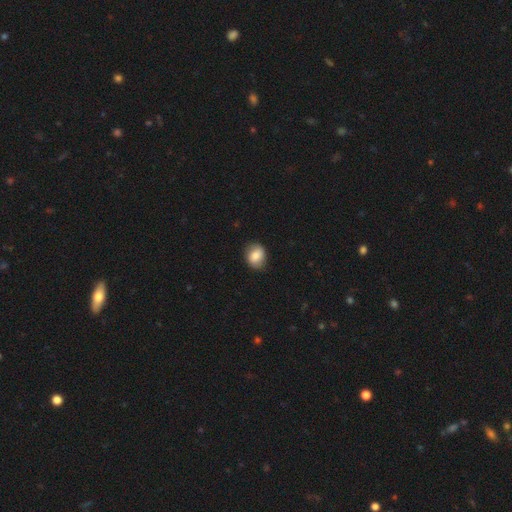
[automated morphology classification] smooth 79%, featured or disk 13%, star or artifact 8%. Down the decision tree: how rounded — round (53%); merging — none (83%).